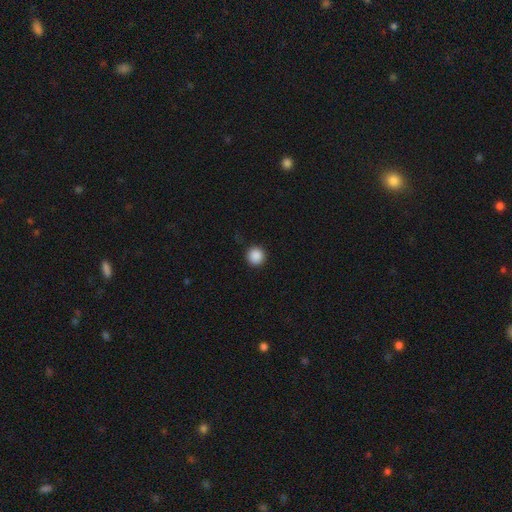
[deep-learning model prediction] This is clearly a smooth galaxy (88%). How rounded: clearly round (95%). Merging: clearly none (91%).